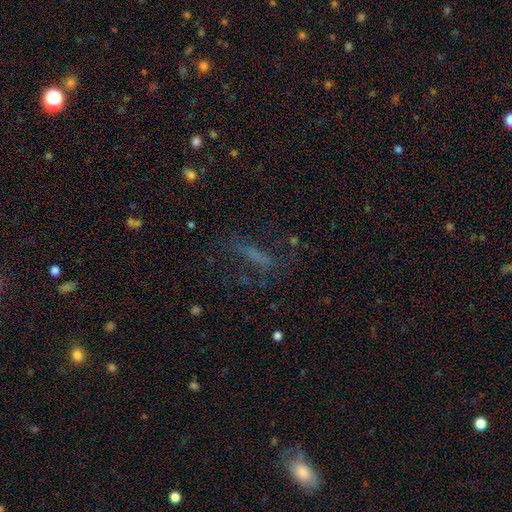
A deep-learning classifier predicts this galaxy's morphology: smooth 42%, featured or disk 30%, star or artifact 28%. Down the decision tree: merging — none (55%).